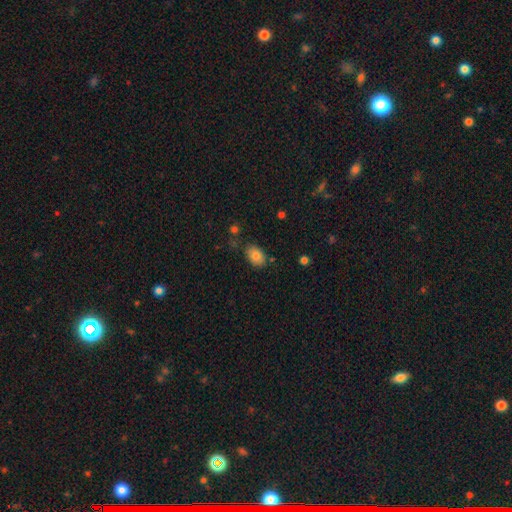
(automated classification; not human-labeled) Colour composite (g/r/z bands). It shows a smooth galaxy with no disk features (81%) that is in between round and cigar-shaped (85%). Merging: none (76%).